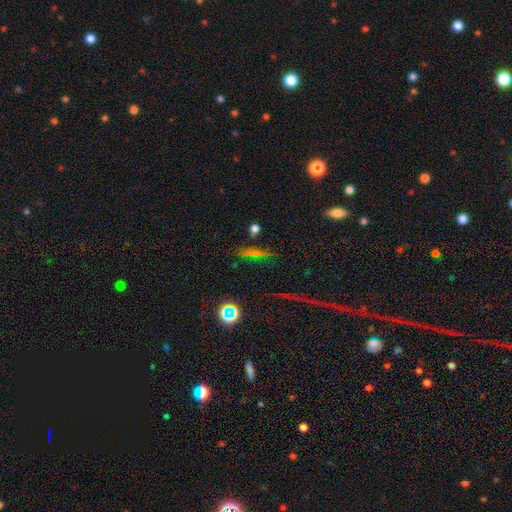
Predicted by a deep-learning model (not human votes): Overall: smooth (43%; star or artifact 29%). Merging: none (78%).